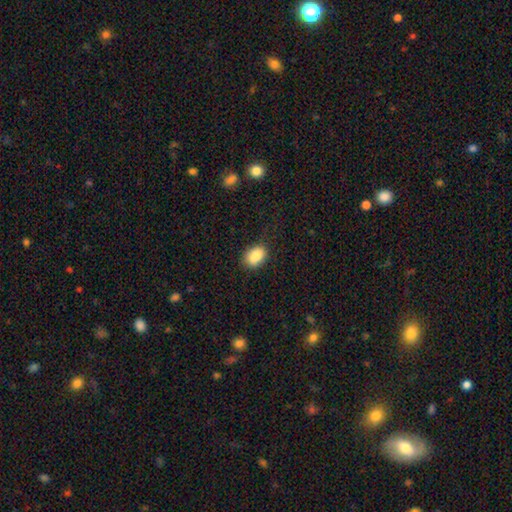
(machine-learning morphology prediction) A smooth galaxy with no disk features (86%) that is in between round and cigar-shaped (77%). Merging: none (82%).